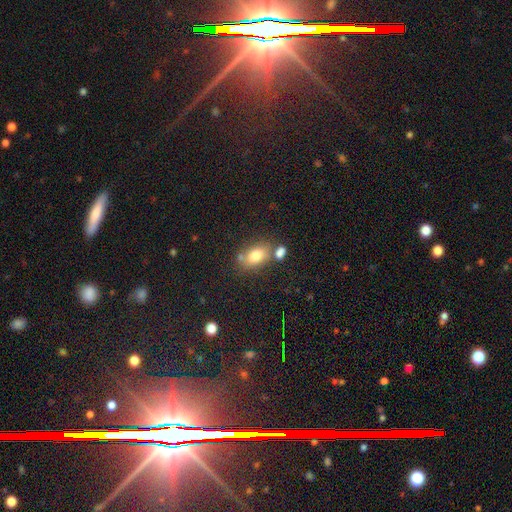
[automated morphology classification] Smooth or featured? Predicted: smooth (p=0.77). How rounded? Predicted: in between (p=0.83). Merging? Predicted: none (p=0.62).